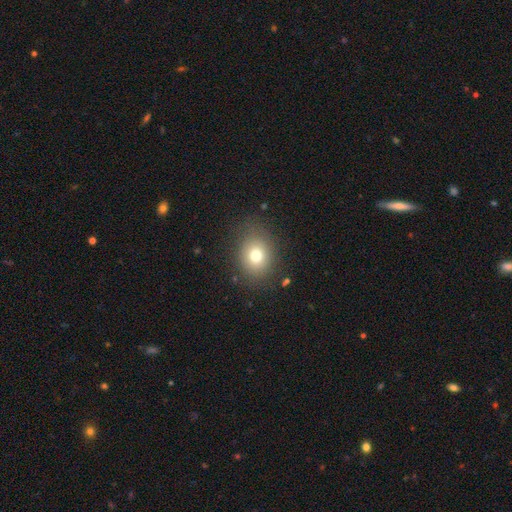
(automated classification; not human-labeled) A smooth galaxy with no disk features (75%) that is round (54%).

Vote fractions:
- Smooth or featured? smooth: 75% / star or artifact: 13% / featured or disk: 12%
- How rounded? round: 54% / in between: 45% / cigar-shaped: 1%
- Merging? none: 79% / minor disturbance: 14% / major disturbance: 6% / merger: 2%